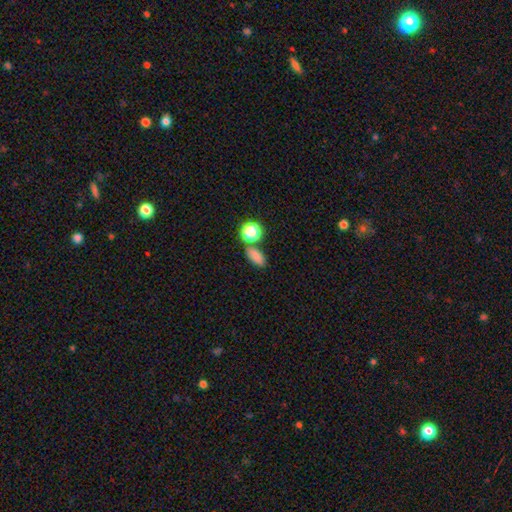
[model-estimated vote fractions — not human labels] The model was most divided on "merging": none: 72%, merger: 13%, minor disturbance: 12%, major disturbance: 4%. More confident: smooth or featured — smooth (80%); how rounded — in between (79%).